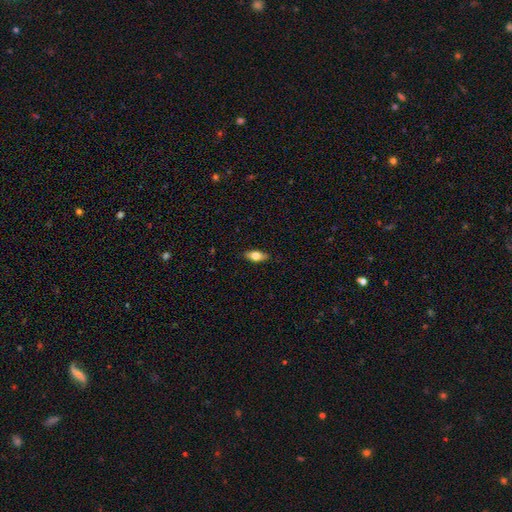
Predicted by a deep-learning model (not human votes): Q: Smooth or featured?
A: smooth (70%); runner-up: featured or disk (23%)
Q: How rounded?
A: in between (82%); runner-up: cigar-shaped (14%)
Q: Merging?
A: none (87%); runner-up: minor disturbance (9%)